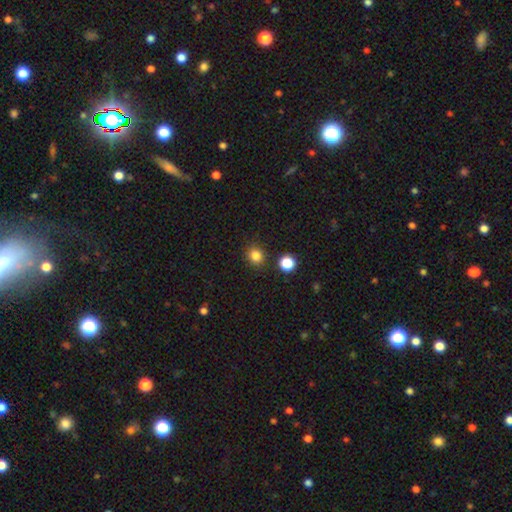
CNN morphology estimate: Smooth or featured? smooth (83%)
How rounded? round (78%)
Merging? none (86%)